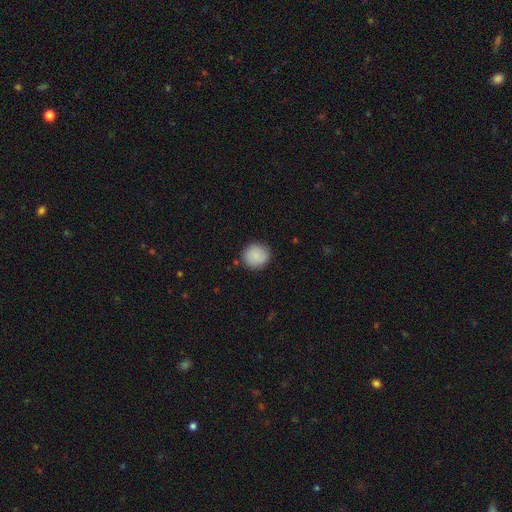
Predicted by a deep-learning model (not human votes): This is clearly a smooth galaxy (88%). How rounded: clearly round (90%). Merging: clearly none (88%).